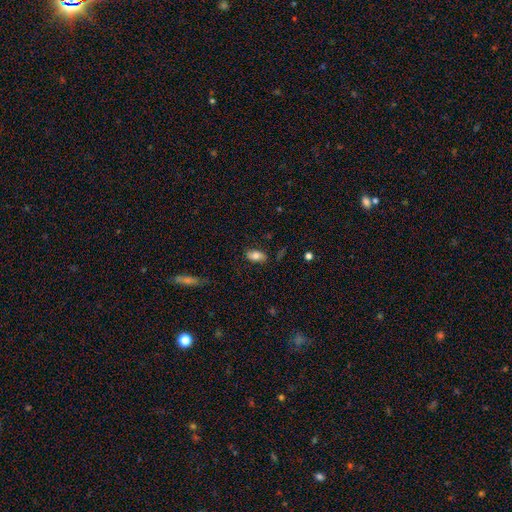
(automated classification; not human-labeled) smooth_or_featured: smooth (p=0.76) [alt: featured or disk p=0.15]
how_rounded: in between (p=0.90) [alt: round p=0.06]
merging: none (p=0.79) [alt: minor disturbance p=0.16]